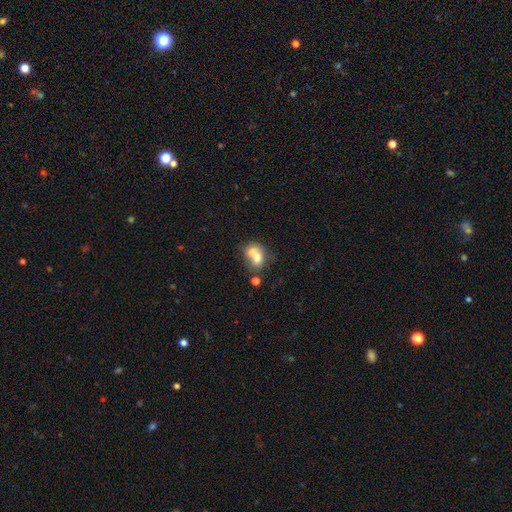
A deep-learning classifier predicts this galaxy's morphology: Q: Smooth or featured?
A: smooth (68%); runner-up: featured or disk (22%)
Q: How rounded?
A: in between (56%); runner-up: round (43%)
Q: Merging?
A: merger (64%); runner-up: none (22%)